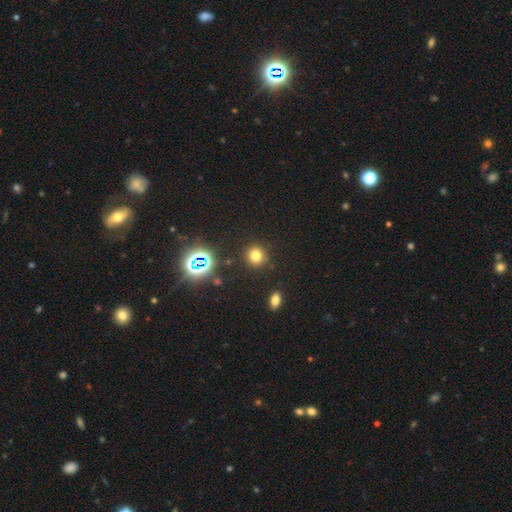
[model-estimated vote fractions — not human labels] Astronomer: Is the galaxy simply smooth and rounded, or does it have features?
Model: smooth — 72%.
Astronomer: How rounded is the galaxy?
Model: round — 88%.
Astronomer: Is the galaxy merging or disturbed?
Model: none — 88%.